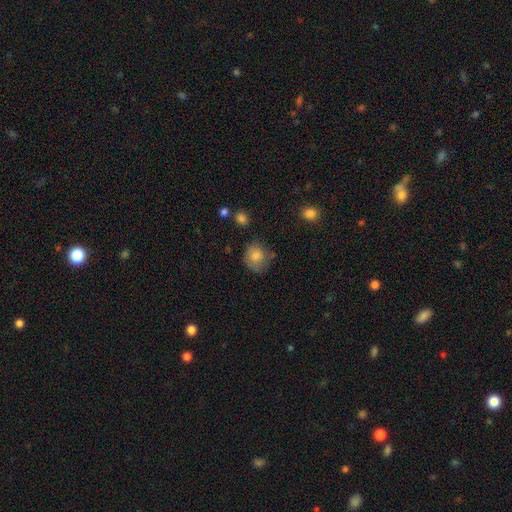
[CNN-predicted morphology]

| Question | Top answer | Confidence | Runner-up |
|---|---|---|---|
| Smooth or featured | smooth | 77% | featured or disk (13%) |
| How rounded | round | 80% | in between (19%) |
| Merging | none | 65% | minor disturbance (24%) |